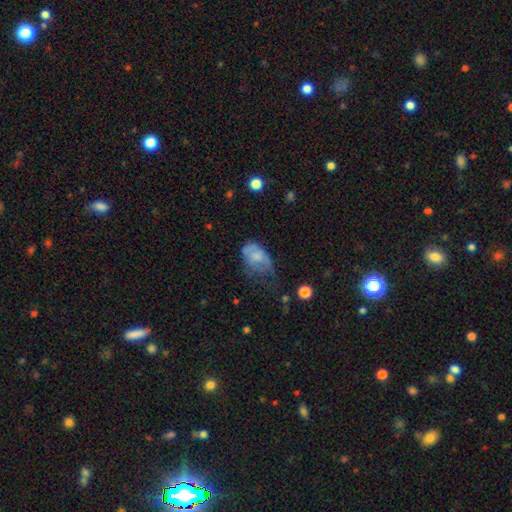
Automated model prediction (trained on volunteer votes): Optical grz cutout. It shows a smooth galaxy with no disk features (62%) that is in between round and cigar-shaped (85%). Merging: major disturbance (39%).